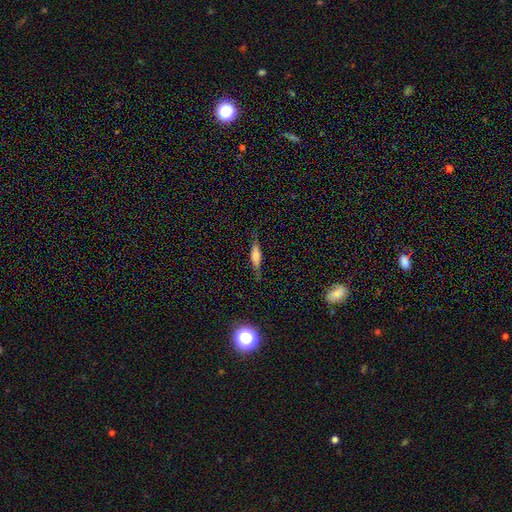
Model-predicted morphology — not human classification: Overall: smooth (48%; featured or disk 43%). Merging: none (80%).